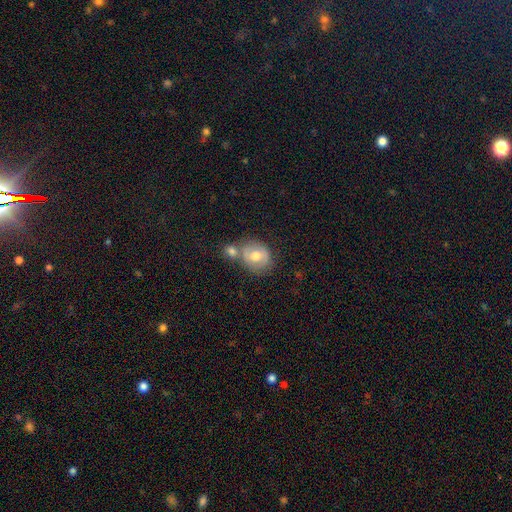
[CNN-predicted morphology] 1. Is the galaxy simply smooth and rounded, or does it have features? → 57% smooth, 34% featured or disk, 9% star or artifact.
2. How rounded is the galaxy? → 63% round, 36% in between, 1% cigar-shaped.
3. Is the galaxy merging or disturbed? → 45% none, 36% merger, 14% minor disturbance, 5% major disturbance.